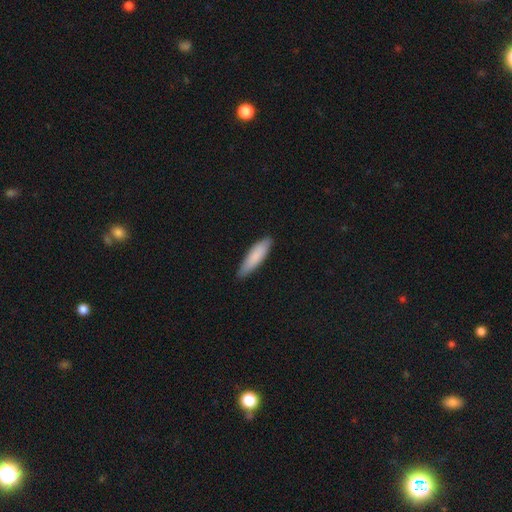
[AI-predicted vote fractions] Smooth or featured?
  - smooth: 85% *
  - featured or disk: 9%
  - star or artifact: 5%
How rounded?
  - cigar-shaped: 64% *
  - in between: 34%
  - round: 1%
Merging?
  - none: 85% *
  - minor disturbance: 12%
  - major disturbance: 2%
  - merger: 1%